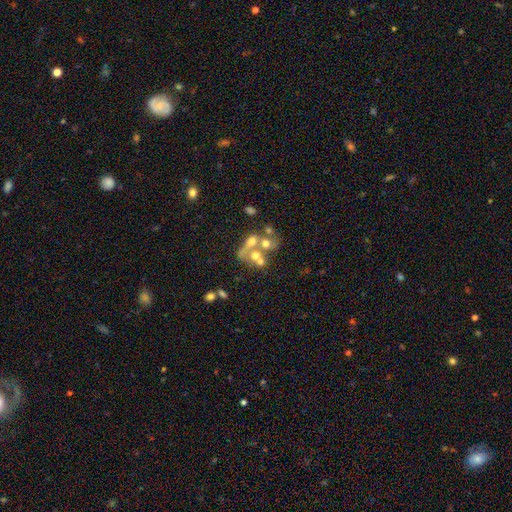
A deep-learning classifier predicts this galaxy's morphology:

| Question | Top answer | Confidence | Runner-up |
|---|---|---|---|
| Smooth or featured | featured or disk | 44% | smooth (30%) |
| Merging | merger | 53% | none (28%) |